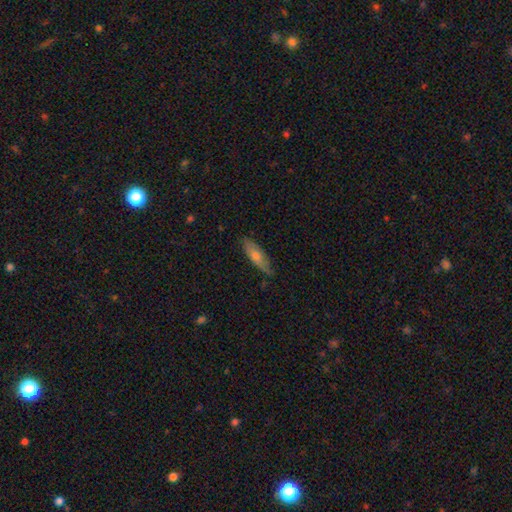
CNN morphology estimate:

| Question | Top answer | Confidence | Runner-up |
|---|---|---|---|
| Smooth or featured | smooth | 61% | featured or disk (33%) |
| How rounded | cigar-shaped | 62% | in between (36%) |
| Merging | none | 81% | minor disturbance (15%) |